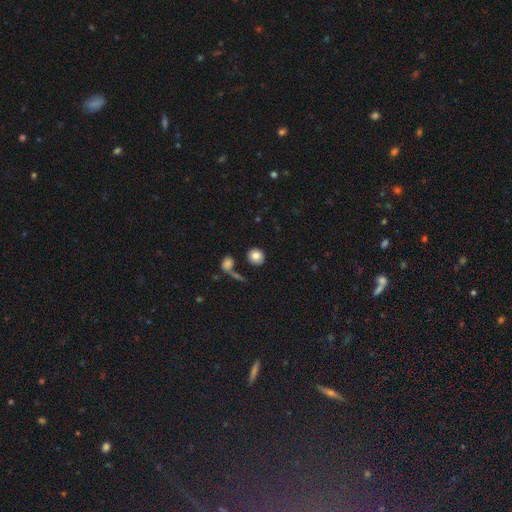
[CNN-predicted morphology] Smooth or featured: smooth — 81% (featured or disk — 10%)
How rounded: round — 83% (in between — 16%)
Merging: none — 78% (minor disturbance — 10%)